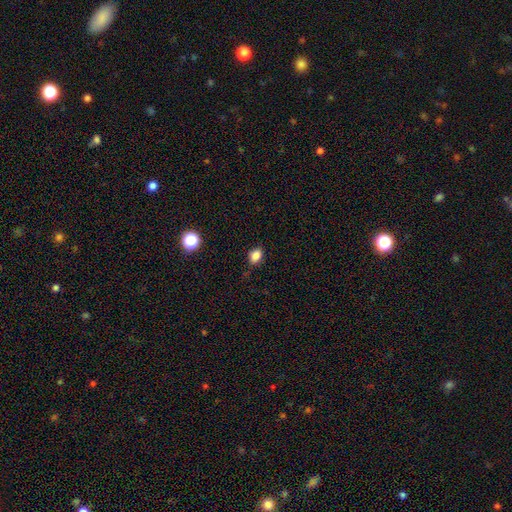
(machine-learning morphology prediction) Q: Smooth or featured?
A: smooth (84%); runner-up: star or artifact (11%)
Q: How rounded?
A: in between (70%); runner-up: round (28%)
Q: Merging?
A: none (83%); runner-up: minor disturbance (13%)